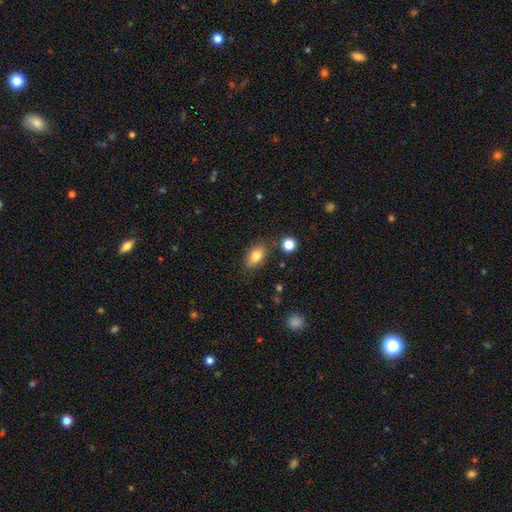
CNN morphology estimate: This is likely a smooth galaxy (79%). How rounded: clearly in between (87%). Merging: clearly none (81%).